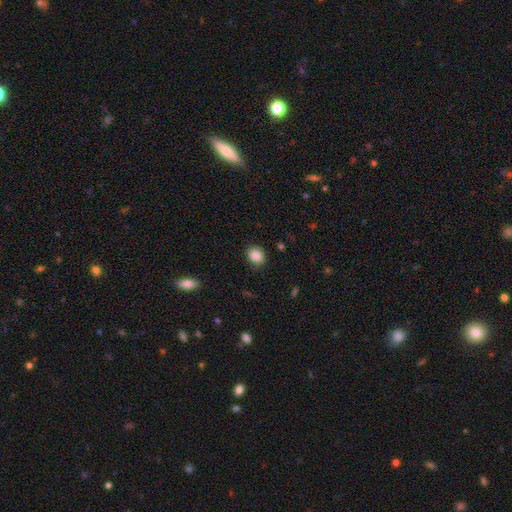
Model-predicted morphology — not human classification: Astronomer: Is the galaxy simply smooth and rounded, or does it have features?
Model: smooth — 87%.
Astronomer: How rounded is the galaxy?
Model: round — 60% (runner-up: in between, 39%).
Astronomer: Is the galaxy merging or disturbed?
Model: none — 87%.